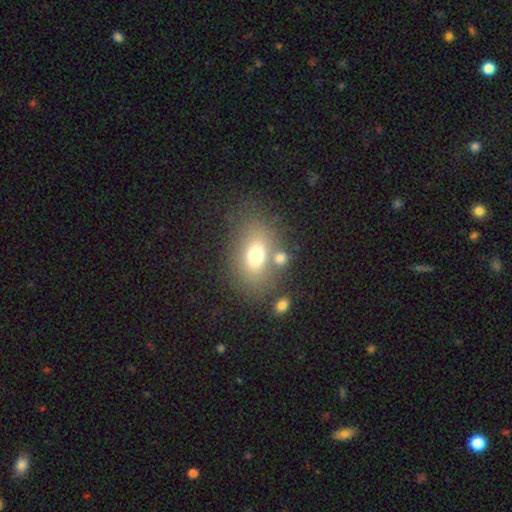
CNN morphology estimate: Smooth or featured: smooth — 68% (featured or disk — 19%)
How rounded: in between — 75% (round — 23%)
Merging: none — 61% (merger — 17%)